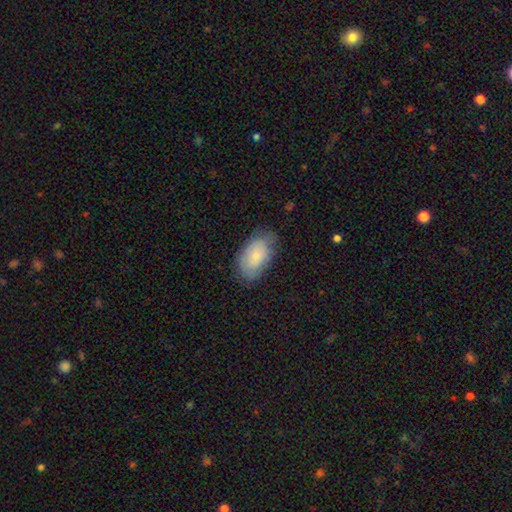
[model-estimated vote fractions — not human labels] smooth-or-featured: smooth: 73% | featured or disk: 20% | star or artifact: 7%
  how-rounded: in between: 93% | round: 5% | cigar-shaped: 2%
  merging: none: 70% | minor disturbance: 23% | major disturbance: 6% | merger: 1%